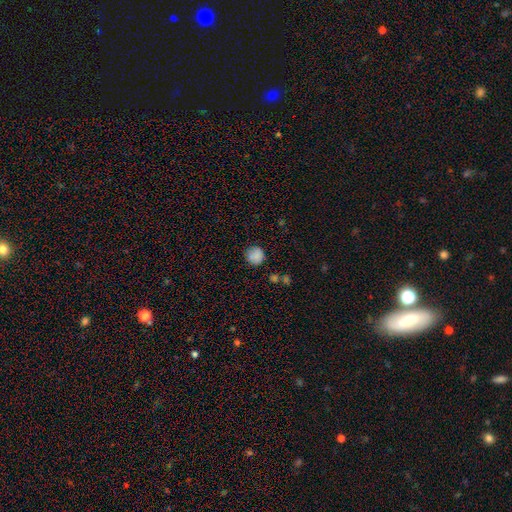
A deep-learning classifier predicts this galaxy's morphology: A smooth galaxy with no disk features (85%) that is round (90%).

Vote fractions:
- Smooth or featured? smooth: 85% / star or artifact: 10% / featured or disk: 5%
- How rounded? round: 90% / in between: 9% / cigar-shaped: 1%
- Merging? none: 78% / minor disturbance: 16% / major disturbance: 4% / merger: 3%